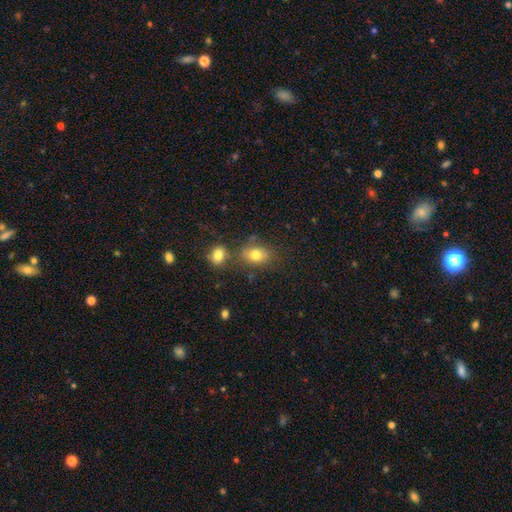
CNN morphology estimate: Smooth or featured: smooth — 78% (star or artifact — 12%)
How rounded: in between — 65% (round — 34%)
Merging: none — 63% (merger — 17%)